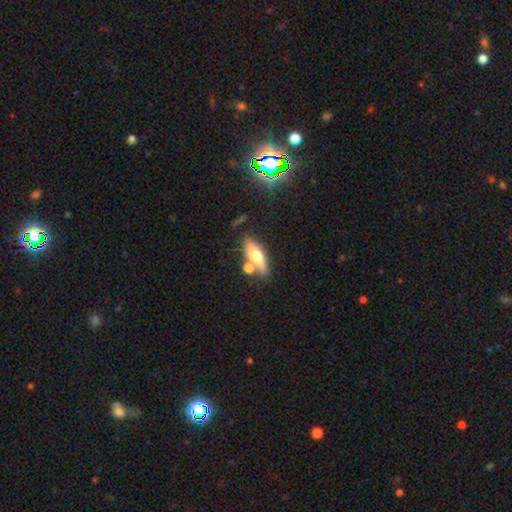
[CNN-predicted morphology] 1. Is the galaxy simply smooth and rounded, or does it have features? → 57% smooth, 35% featured or disk, 9% star or artifact.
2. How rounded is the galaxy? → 48% in between, 47% cigar-shaped, 5% round.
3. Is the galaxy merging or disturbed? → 62% none, 20% merger, 14% minor disturbance, 5% major disturbance.